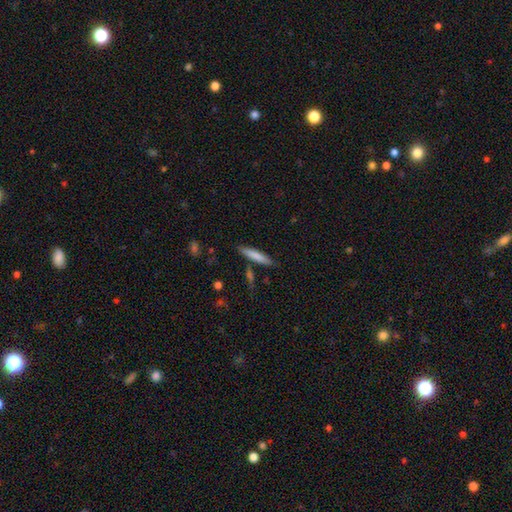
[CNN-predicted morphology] smooth-or-featured: smooth: 77% | featured or disk: 18% | star or artifact: 6%
  how-rounded: cigar-shaped: 89% | in between: 10% | round: 1%
  merging: none: 82% | minor disturbance: 10% | merger: 5% | major disturbance: 2%